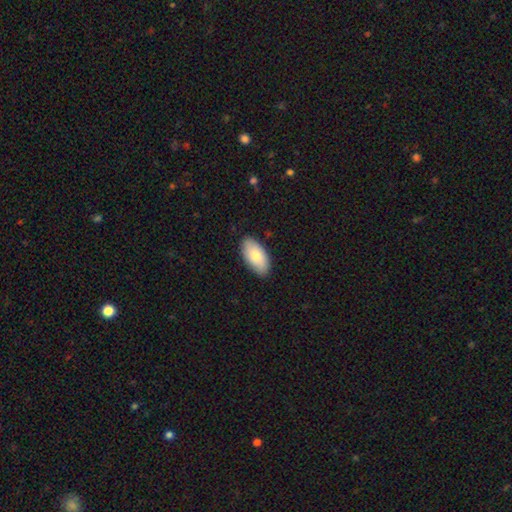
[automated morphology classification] smooth_or_featured: smooth (p=0.81) [alt: featured or disk p=0.14]
how_rounded: in between (p=0.95) [alt: cigar-shaped p=0.03]
merging: none (p=0.87) [alt: minor disturbance p=0.10]